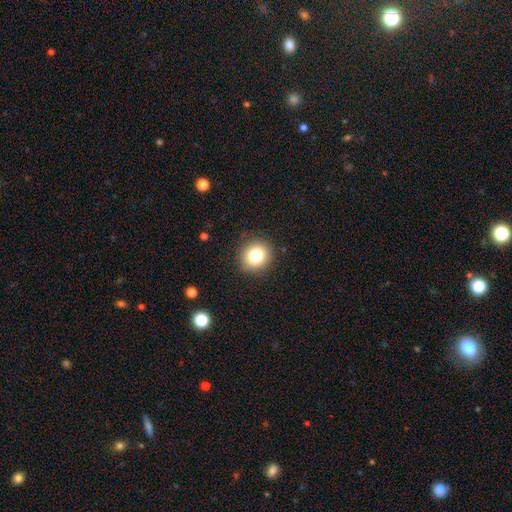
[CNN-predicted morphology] The model was most divided on "how rounded": round: 83%, in between: 16%, cigar-shaped: 1%. More confident: merging — none (89%); smooth or featured — smooth (81%).